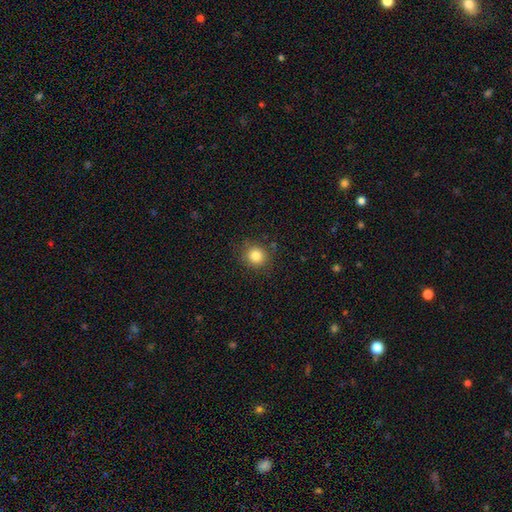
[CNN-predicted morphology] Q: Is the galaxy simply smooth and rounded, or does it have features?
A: smooth — 82%.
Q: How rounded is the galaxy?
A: round — 88%.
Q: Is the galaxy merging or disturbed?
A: none — 85%.